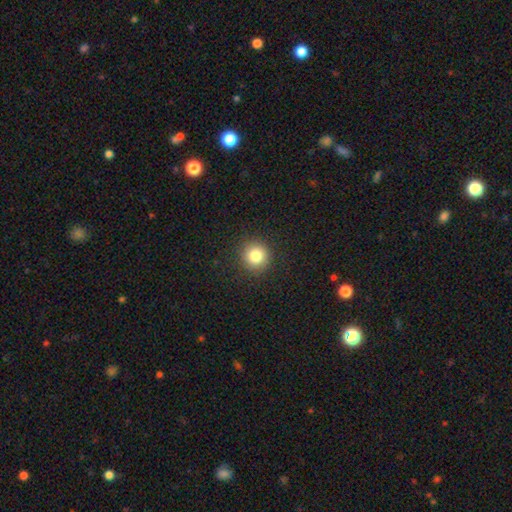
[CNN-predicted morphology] smooth 82%, star or artifact 11%, featured or disk 7%. Down the decision tree: how rounded — round (94%); merging — none (92%).